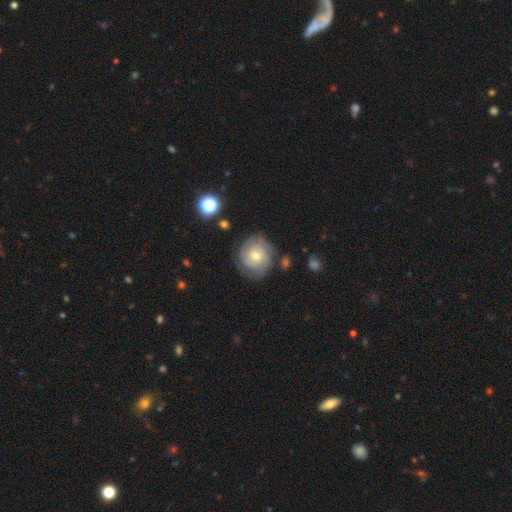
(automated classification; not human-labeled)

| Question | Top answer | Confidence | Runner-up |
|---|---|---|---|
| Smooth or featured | featured or disk | 55% | smooth (37%) |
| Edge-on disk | no | 97% | yes (3%) |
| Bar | no | 81% | weak (17%) |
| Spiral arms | yes | 79% | no (21%) |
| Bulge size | moderate | 48% | small (47%) |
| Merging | none | 70% | minor disturbance (20%) |